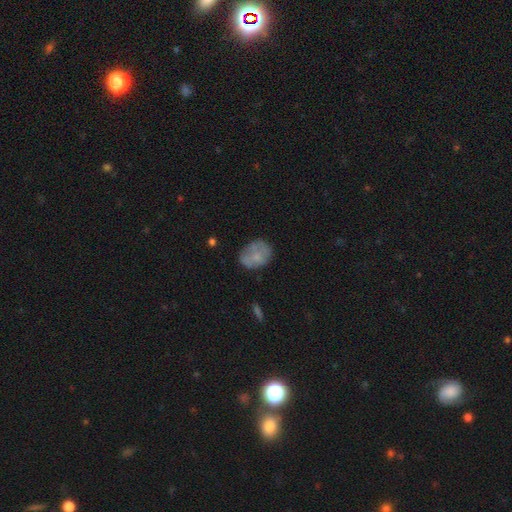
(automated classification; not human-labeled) smooth-or-featured: smooth: 65% | featured or disk: 26% | star or artifact: 9%
  how-rounded: in between: 64% | round: 35% | cigar-shaped: 1%
  merging: none: 56% | minor disturbance: 28% | major disturbance: 12% | merger: 4%